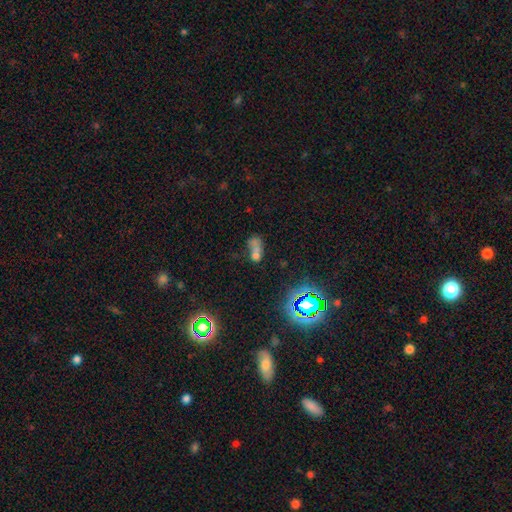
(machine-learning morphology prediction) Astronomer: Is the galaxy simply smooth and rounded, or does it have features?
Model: smooth — 53%.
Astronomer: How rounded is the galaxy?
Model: in between — 64%.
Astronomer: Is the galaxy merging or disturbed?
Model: merger — 51%.